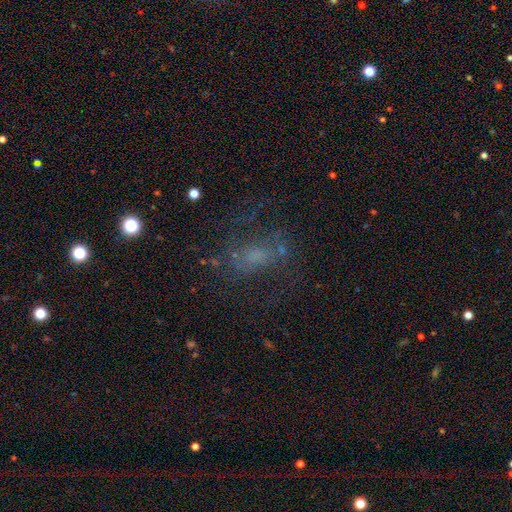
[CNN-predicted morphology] Smooth or featured? Predicted: featured or disk (p=0.47). Merging? Predicted: none (p=0.52).